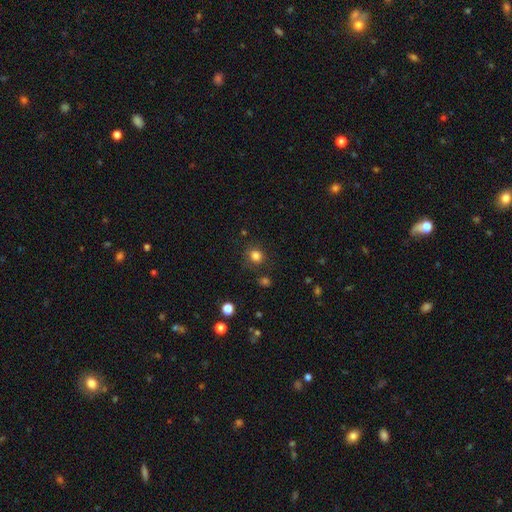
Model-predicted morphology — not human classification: This appears to be a smooth galaxy with no disk features (82%) that is round (76%). Merging: none (79%).